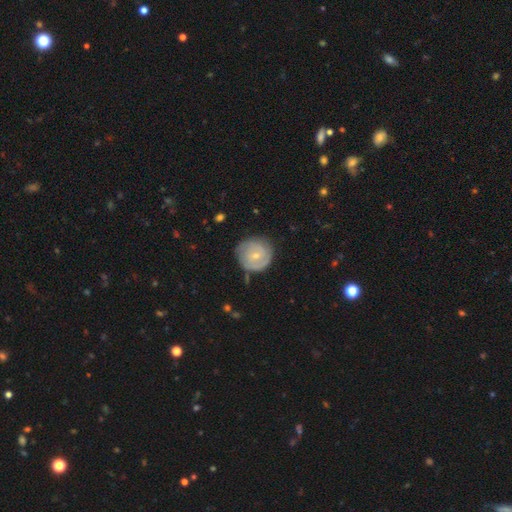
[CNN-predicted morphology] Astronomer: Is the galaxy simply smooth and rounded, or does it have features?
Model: featured or disk — 58% (runner-up: smooth, 36%).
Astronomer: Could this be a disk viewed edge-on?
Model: no — 97%.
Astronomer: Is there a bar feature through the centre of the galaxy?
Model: no — 62%.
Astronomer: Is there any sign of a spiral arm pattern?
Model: yes — 78%.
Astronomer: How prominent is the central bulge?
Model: small — 68%.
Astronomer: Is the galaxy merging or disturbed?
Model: none — 71%.